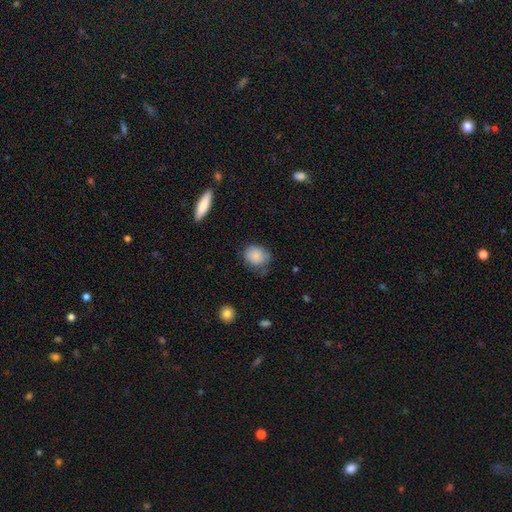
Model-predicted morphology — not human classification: The model was most divided on "how rounded": round: 66%, in between: 32%, cigar-shaped: 1%. More confident: smooth or featured — smooth (86%); merging — none (67%).